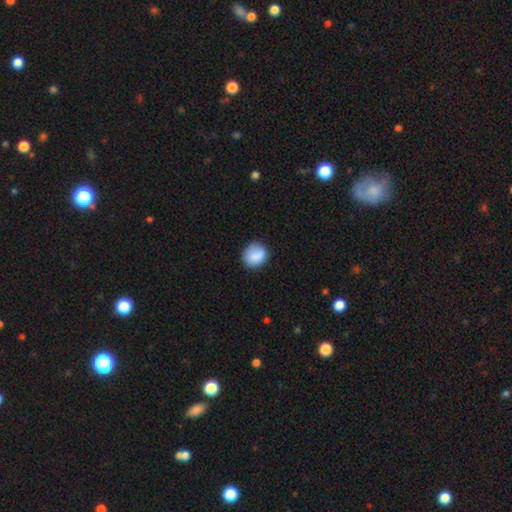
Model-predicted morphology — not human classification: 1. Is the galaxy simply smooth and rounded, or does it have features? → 86% smooth, 8% star or artifact, 6% featured or disk.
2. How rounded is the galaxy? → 76% round, 23% in between, 1% cigar-shaped.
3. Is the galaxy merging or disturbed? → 77% none, 17% minor disturbance, 4% major disturbance, 2% merger.